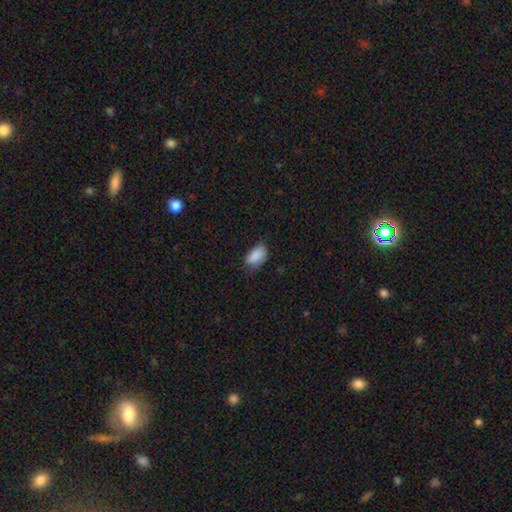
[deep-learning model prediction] smooth-or-featured: smooth: 88% | star or artifact: 7% | featured or disk: 5%
  how-rounded: in between: 92% | round: 5% | cigar-shaped: 2%
  merging: none: 65% | minor disturbance: 28% | major disturbance: 6% | merger: 1%